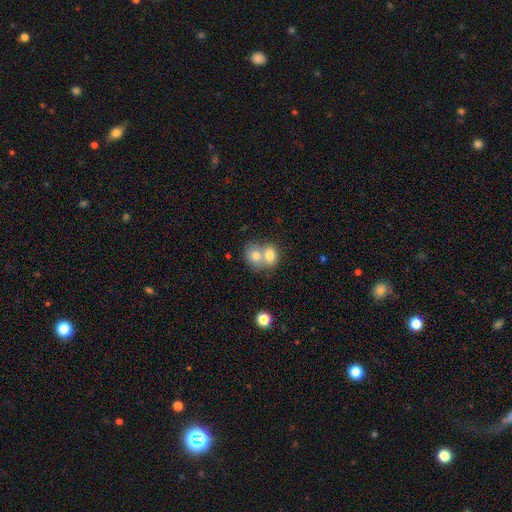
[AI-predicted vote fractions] Smooth or featured? Predicted: smooth (p=0.73). How rounded? Predicted: round (p=0.57). Merging? Predicted: merger (p=0.71).